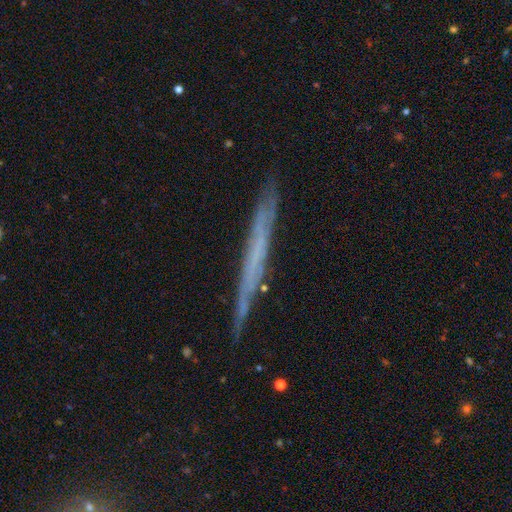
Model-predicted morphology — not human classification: A featured or disk galaxy (56%) viewed edge-on (95%) with no central bulge (92%). Merging: none (85%).